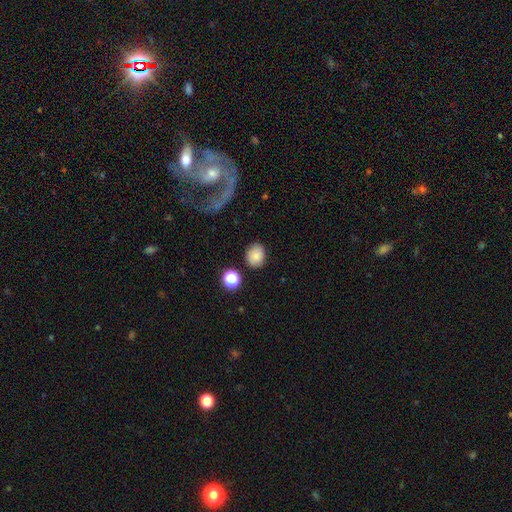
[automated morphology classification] smooth-or-featured: smooth: 82% | star or artifact: 11% | featured or disk: 7%
  how-rounded: round: 59% | in between: 40% | cigar-shaped: 1%
  merging: none: 82% | minor disturbance: 11% | major disturbance: 4% | merger: 4%